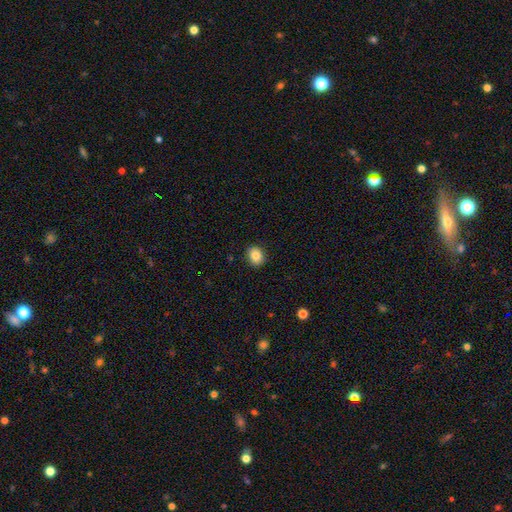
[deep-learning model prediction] Smooth or featured? smooth (85%)
How rounded? round (57%)
Merging? none (89%)